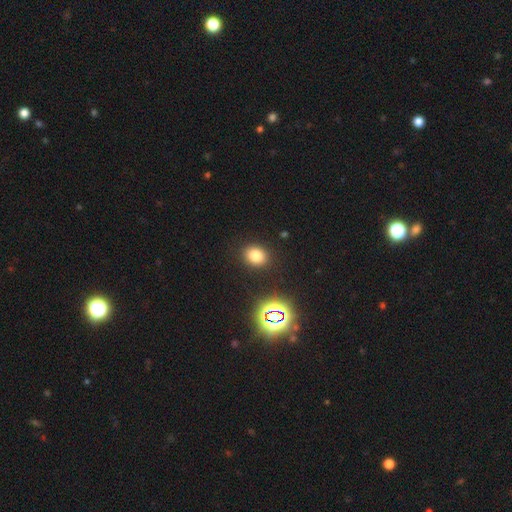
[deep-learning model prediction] A smooth galaxy with no disk features (76%) that is round (56%).

Vote fractions:
- Smooth or featured? smooth: 76% / star or artifact: 18% / featured or disk: 6%
- How rounded? round: 56% / in between: 43% / cigar-shaped: 1%
- Merging? none: 88% / minor disturbance: 7% / major disturbance: 3% / merger: 2%